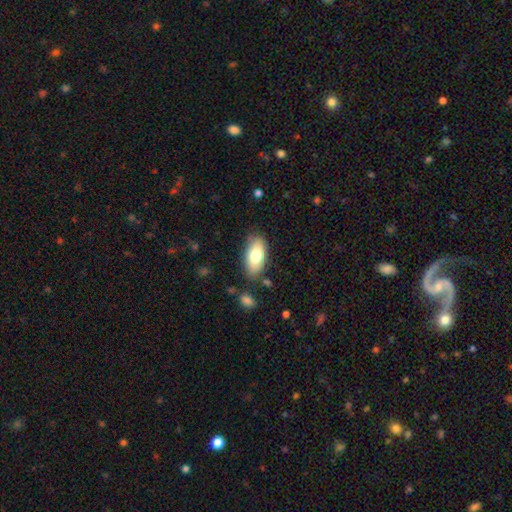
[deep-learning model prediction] Smooth or featured? Predicted: smooth (p=0.74). How rounded? Predicted: in between (p=0.91). Merging? Predicted: none (p=0.80).